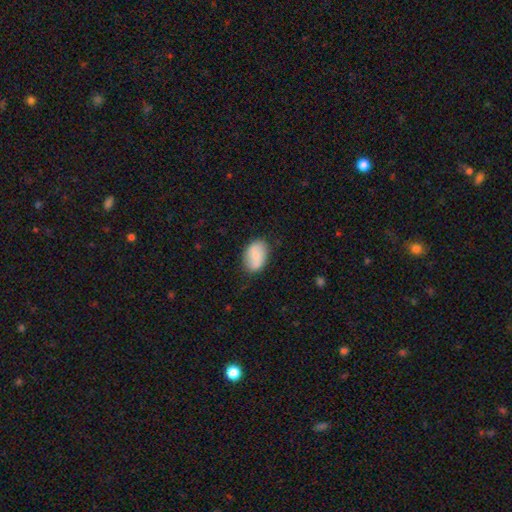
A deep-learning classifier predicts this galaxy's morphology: A smooth galaxy with no disk features (77%) that is in between round and cigar-shaped (88%).

Vote fractions:
- Smooth or featured? smooth: 77% / featured or disk: 17% / star or artifact: 7%
- How rounded? in between: 88% / round: 11% / cigar-shaped: 1%
- Merging? none: 80% / minor disturbance: 15% / major disturbance: 3% / merger: 2%